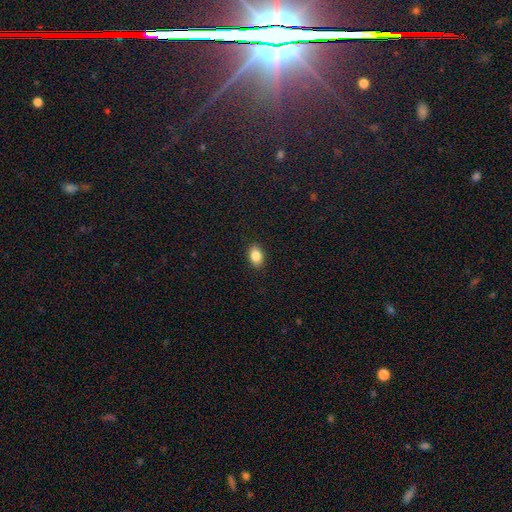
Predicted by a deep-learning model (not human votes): Smooth or featured?
  - smooth: 86% *
  - star or artifact: 8%
  - featured or disk: 6%
How rounded?
  - in between: 83% *
  - round: 16%
  - cigar-shaped: 1%
Merging?
  - none: 90% *
  - minor disturbance: 8%
  - major disturbance: 2%
  - merger: 1%